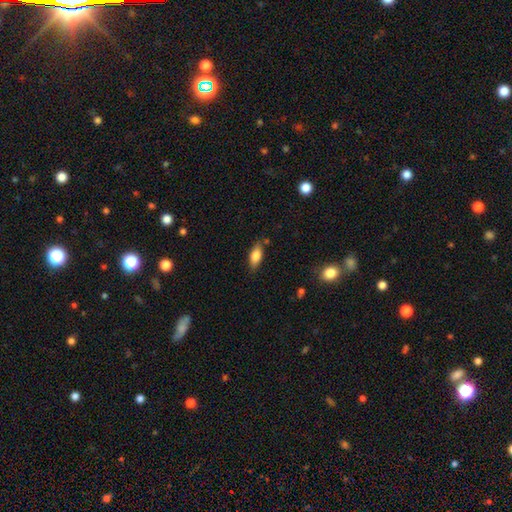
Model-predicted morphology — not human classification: Smooth or featured? Predicted: smooth (p=0.80). How rounded? Predicted: in between (p=0.84). Merging? Predicted: none (p=0.78).